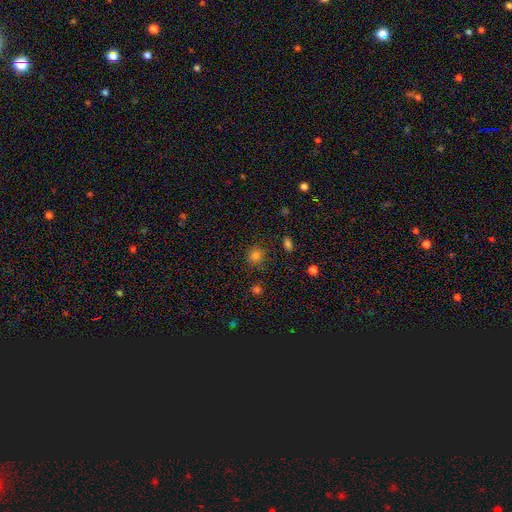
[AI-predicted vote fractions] A smooth galaxy with no disk features (77%) that is round (78%).

Vote fractions:
- Smooth or featured? smooth: 77% / star or artifact: 17% / featured or disk: 5%
- How rounded? round: 78% / in between: 21% / cigar-shaped: 1%
- Merging? none: 80% / minor disturbance: 13% / major disturbance: 4% / merger: 3%